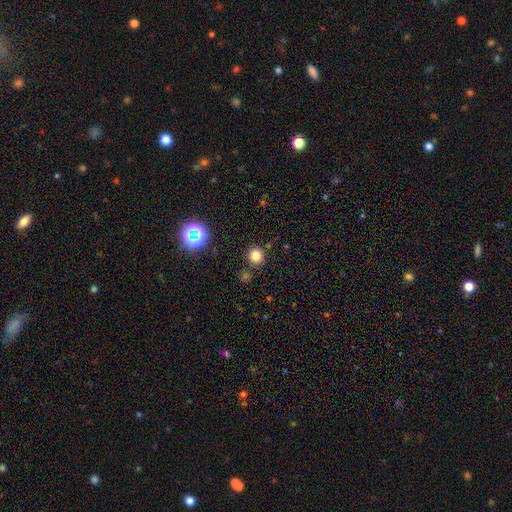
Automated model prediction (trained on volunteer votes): smooth 78%, star or artifact 16%, featured or disk 5%. Down the decision tree: how rounded — round (91%); merging — none (85%).